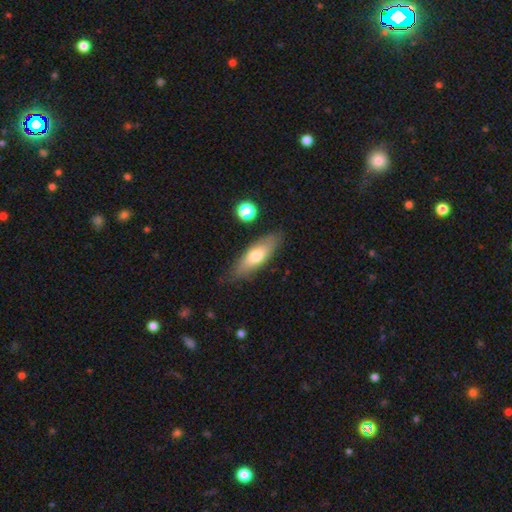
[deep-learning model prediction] A smooth galaxy with no disk features (70%) that is in between round and cigar-shaped (55%).

Vote fractions:
- Smooth or featured? smooth: 70% / featured or disk: 24% / star or artifact: 6%
- How rounded? in between: 55% / cigar-shaped: 42% / round: 2%
- Merging? none: 81% / minor disturbance: 14% / major disturbance: 3% / merger: 2%